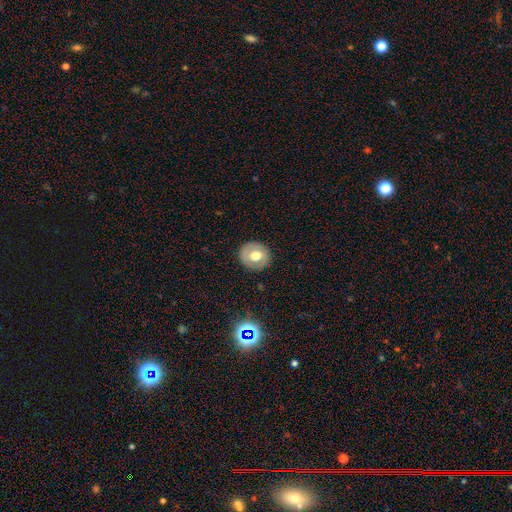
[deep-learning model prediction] This appears to be a smooth galaxy with no disk features (59%) that is round (85%). Merging: none (87%).